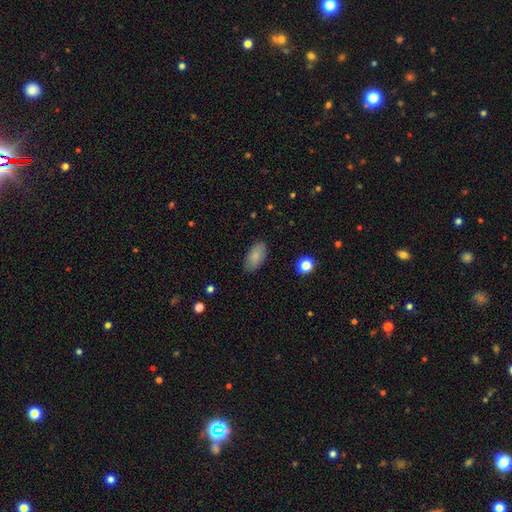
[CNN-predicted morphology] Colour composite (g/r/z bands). It shows a smooth galaxy with no disk features (85%) that is in between round and cigar-shaped (93%). Merging: none (85%).